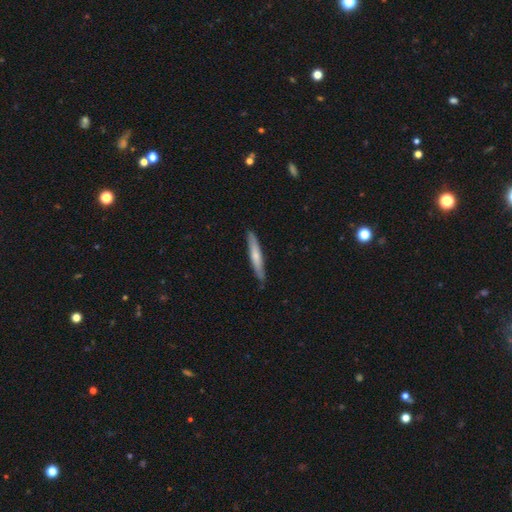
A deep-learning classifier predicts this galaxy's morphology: This appears to be a smooth galaxy with no disk features (60%) that is cigar-shaped (94%). Merging: none (84%).